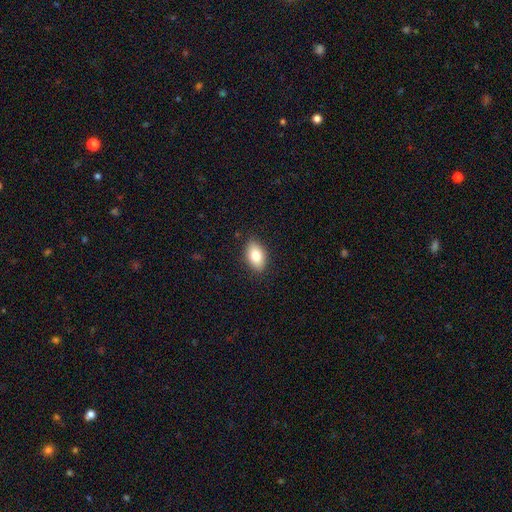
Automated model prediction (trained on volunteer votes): This appears to be a smooth galaxy with no disk features (81%) that is in between round and cigar-shaped (91%). Merging: none (87%).